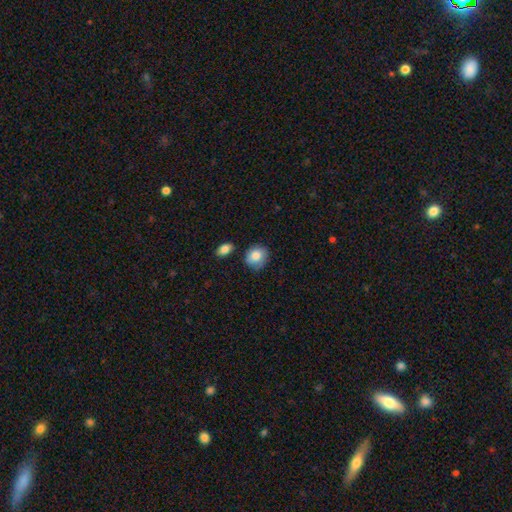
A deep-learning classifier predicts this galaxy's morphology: smooth_or_featured: smooth (p=0.82) [alt: featured or disk p=0.10]
how_rounded: round (p=0.69) [alt: in between p=0.30]
merging: none (p=0.72) [alt: minor disturbance p=0.19]